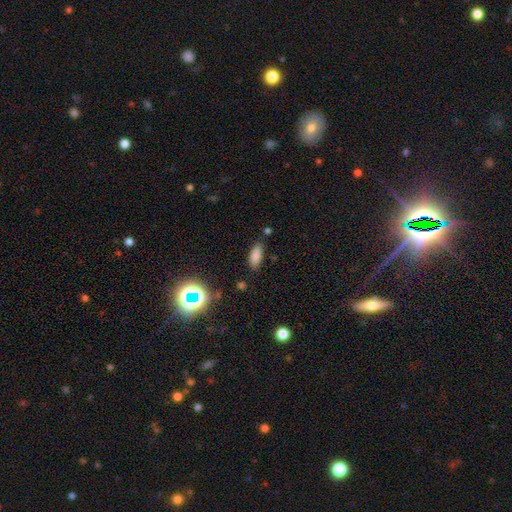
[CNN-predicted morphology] type=smooth (81%); roundness=in between (79%); merging=none (79%).